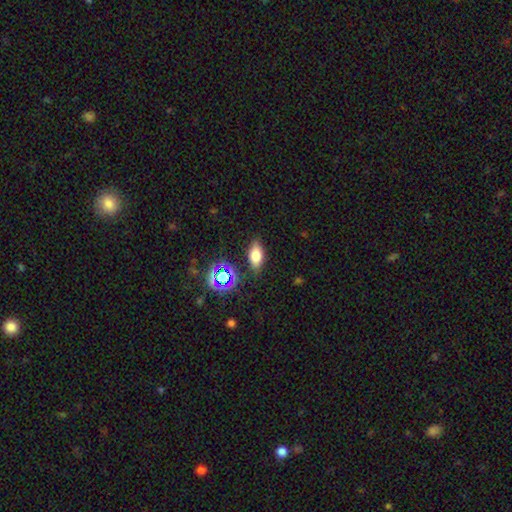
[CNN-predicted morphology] A smooth galaxy with no disk features (69%) that is in between round and cigar-shaped (81%). Merging: none (83%).